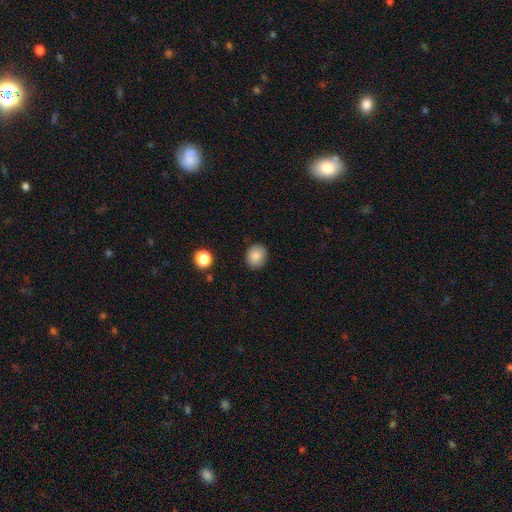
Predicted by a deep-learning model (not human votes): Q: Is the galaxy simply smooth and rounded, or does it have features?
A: smooth — 86%.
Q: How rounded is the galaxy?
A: round — 75%.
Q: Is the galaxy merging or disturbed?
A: none — 87%.